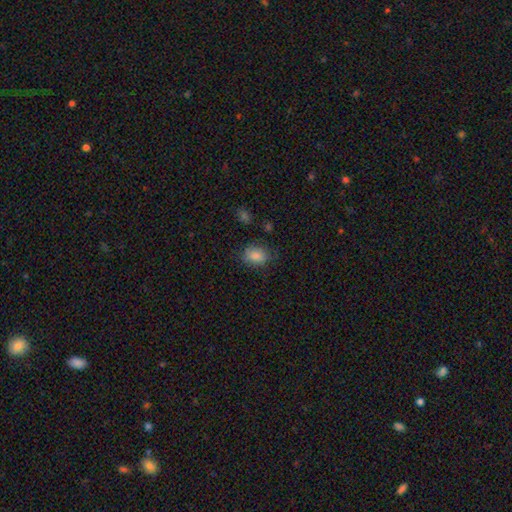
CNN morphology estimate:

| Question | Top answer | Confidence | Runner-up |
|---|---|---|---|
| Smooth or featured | smooth | 84% | star or artifact (9%) |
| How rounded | in between | 68% | round (31%) |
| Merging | none | 71% | minor disturbance (21%) |